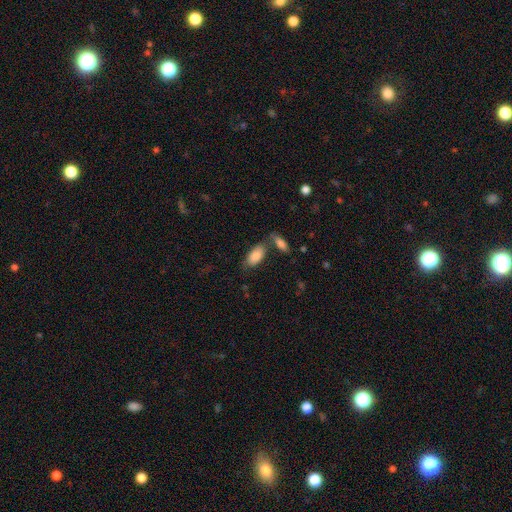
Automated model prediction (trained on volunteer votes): Overall: smooth (83%). How rounded: in between (91%). Merging: none (59%; merger 22%).